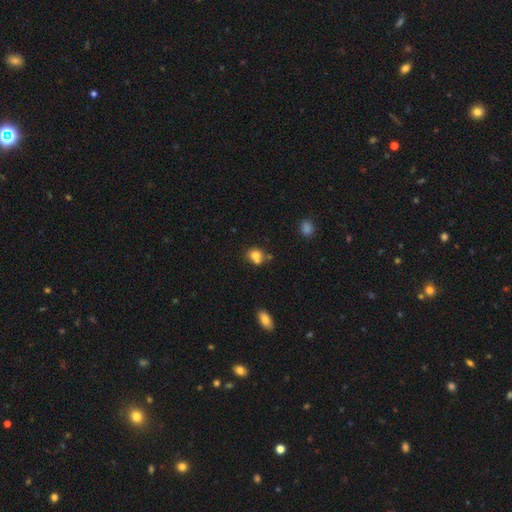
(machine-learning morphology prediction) Smooth or featured: smooth — 74% (featured or disk — 14%)
How rounded: round — 70% (in between — 29%)
Merging: none — 46% (merger — 39%)